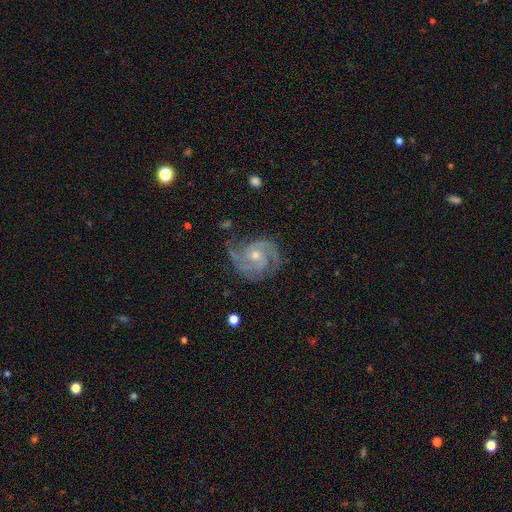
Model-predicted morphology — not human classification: type=featured or disk (90%); edge-on=no (98%); bar=no (68%); spiral arms=yes (98%); winding=tight (49%); arm count=2 (62%); bulge=moderate (49%); merging=none (73%).